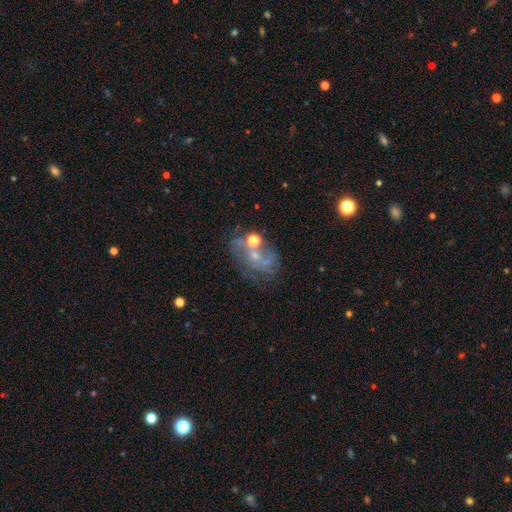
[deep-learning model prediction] smooth_or_featured: featured or disk (p=0.60) [alt: smooth p=0.22]
disk_edge_on: no (p=0.97) [alt: yes p=0.03]
bar: no (p=0.69) [alt: weak p=0.25]
has_spiral_arms: yes (p=0.63) [alt: no p=0.37]
bulge_size: small (p=0.53) [alt: moderate p=0.27]
merging: none (p=0.44) [alt: major disturbance p=0.20]